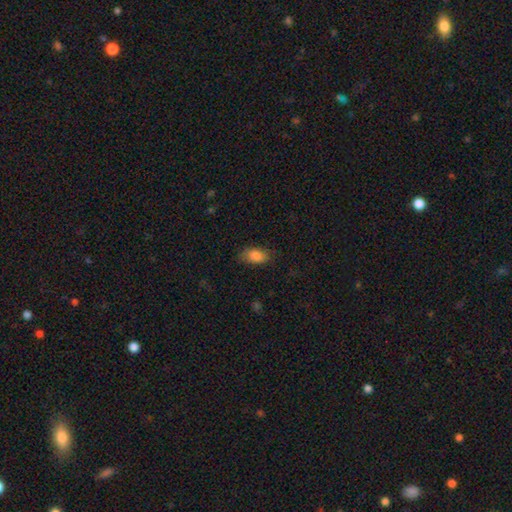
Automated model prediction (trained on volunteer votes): Smooth or featured? Predicted: smooth (p=0.86). How rounded? Predicted: in between (p=0.91). Merging? Predicted: none (p=0.78).